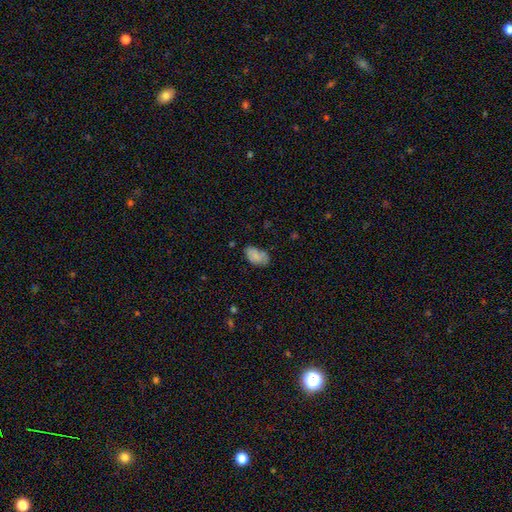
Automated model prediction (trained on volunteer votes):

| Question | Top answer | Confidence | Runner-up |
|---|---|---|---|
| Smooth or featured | smooth | 81% | featured or disk (11%) |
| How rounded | in between | 93% | round (5%) |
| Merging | none | 63% | minor disturbance (26%) |